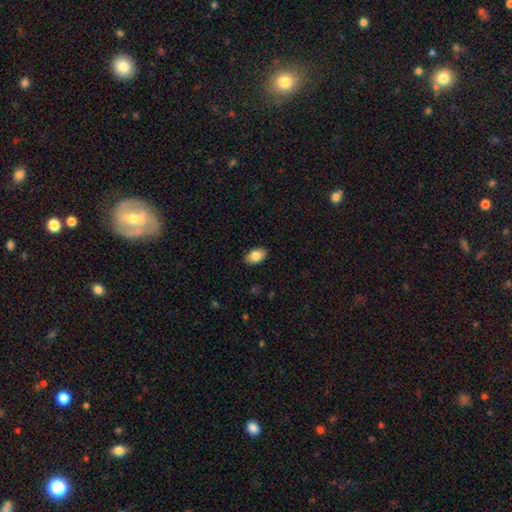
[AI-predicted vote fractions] smooth-or-featured: smooth: 84% | featured or disk: 9% | star or artifact: 7%
  how-rounded: in between: 92% | round: 7% | cigar-shaped: 1%
  merging: none: 89% | minor disturbance: 8% | major disturbance: 2% | merger: 1%